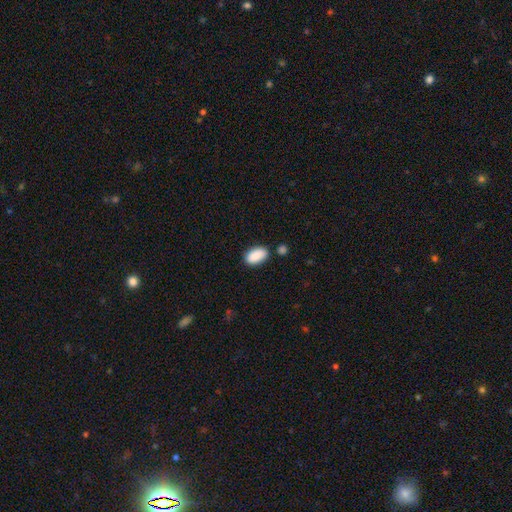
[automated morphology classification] Overall: smooth (90%). How rounded: in between (94%). Merging: none (77%).